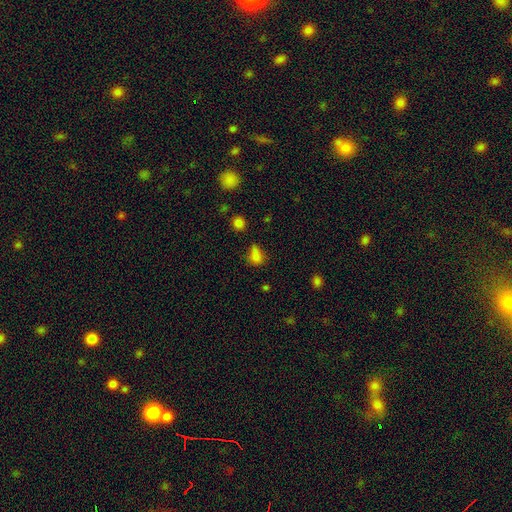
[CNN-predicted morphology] This is likely a smooth galaxy (74%). How rounded: likely in between (64%). Merging: possibly none (52%).